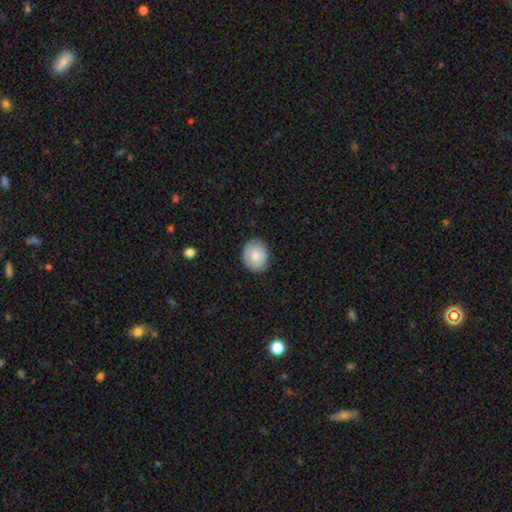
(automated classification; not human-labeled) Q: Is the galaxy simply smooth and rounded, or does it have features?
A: smooth — 79%.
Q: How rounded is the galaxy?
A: round — 55%.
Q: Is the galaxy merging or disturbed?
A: none — 84%.